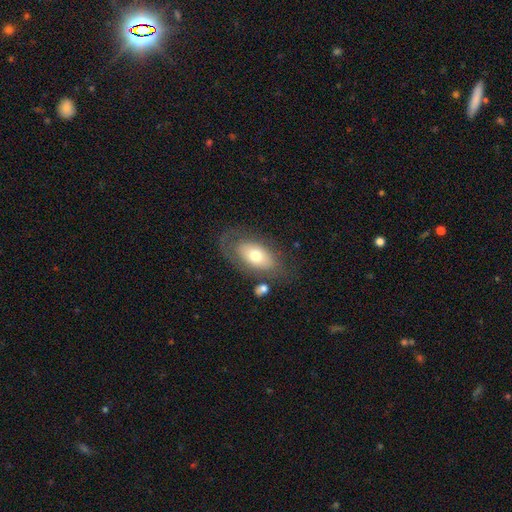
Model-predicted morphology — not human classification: Smooth or featured? Predicted: smooth (p=0.57). How rounded? Predicted: in between (p=0.91). Merging? Predicted: none (p=0.60).